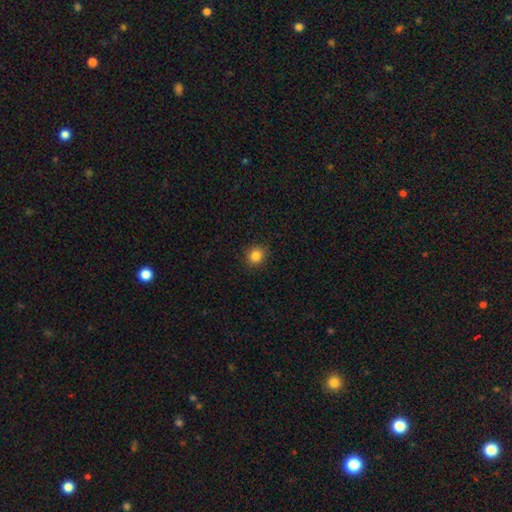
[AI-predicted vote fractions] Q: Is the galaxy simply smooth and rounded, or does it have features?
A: smooth — 84%.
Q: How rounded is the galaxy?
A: round — 87%.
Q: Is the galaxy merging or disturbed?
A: none — 90%.